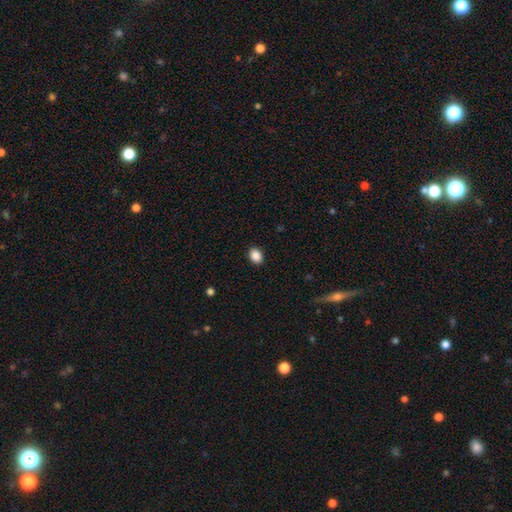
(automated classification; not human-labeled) Overall: smooth (88%). How rounded: in between (61%; round 38%). Merging: none (91%).